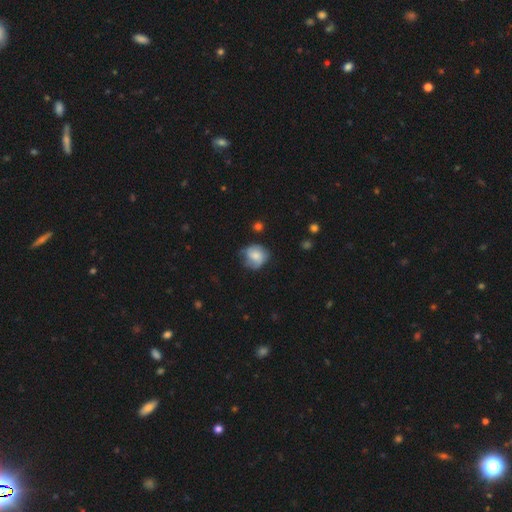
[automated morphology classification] Smooth or featured? smooth (61%)
How rounded? round (78%)
Merging? none (59%)